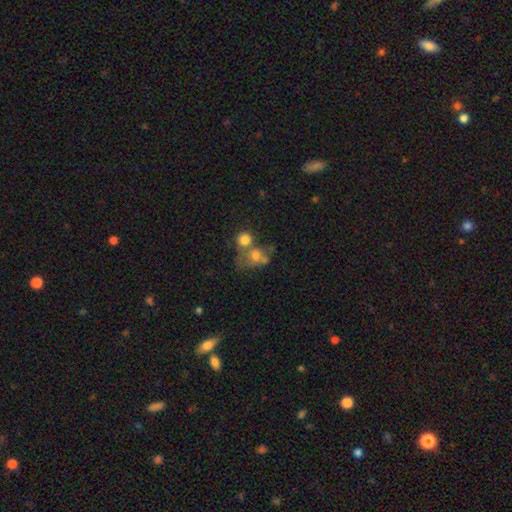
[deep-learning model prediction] A smooth galaxy with no disk features (65%) that is round (64%).

Vote fractions:
- Smooth or featured? smooth: 65% / featured or disk: 23% / star or artifact: 12%
- How rounded? round: 64% / in between: 35% / cigar-shaped: 1%
- Merging? merger: 55% / none: 25% / minor disturbance: 10% / major disturbance: 9%